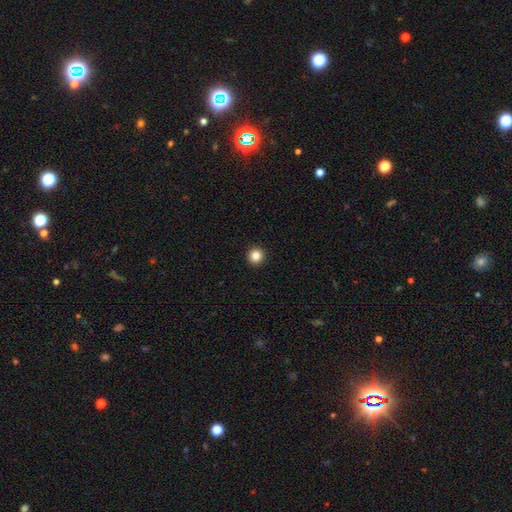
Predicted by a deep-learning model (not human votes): Smooth or featured?
  - smooth: 85% *
  - star or artifact: 11%
  - featured or disk: 4%
How rounded?
  - round: 92% *
  - in between: 7%
  - cigar-shaped: 1%
Merging?
  - none: 94% *
  - minor disturbance: 4%
  - major disturbance: 1%
  - merger: 1%